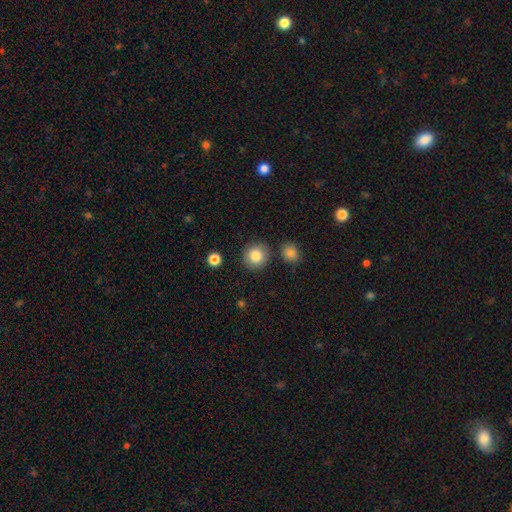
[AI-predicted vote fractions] Overall: smooth (85%). How rounded: round (90%). Merging: none (85%).